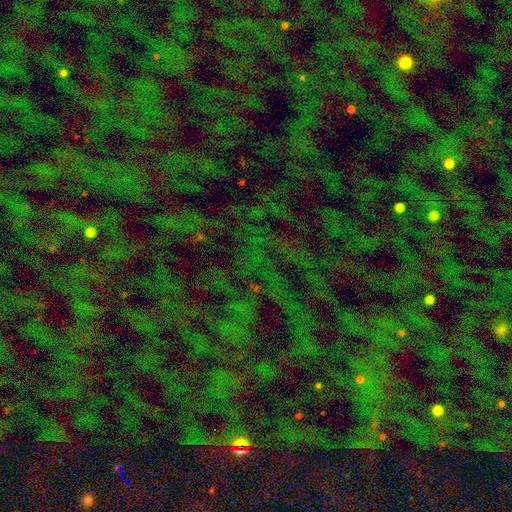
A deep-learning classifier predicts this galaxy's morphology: Smooth or featured?
  - star or artifact: 73% *
  - smooth: 18%
  - featured or disk: 9%